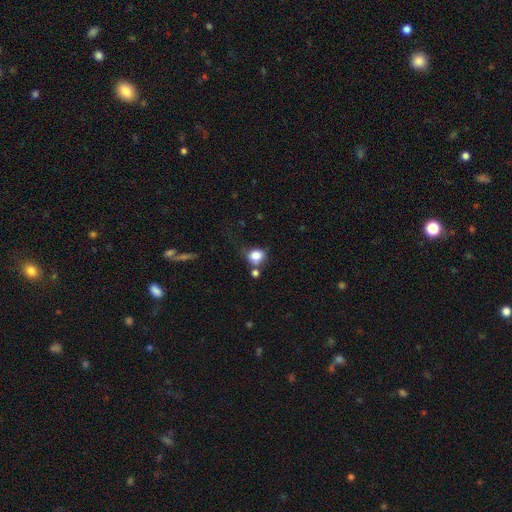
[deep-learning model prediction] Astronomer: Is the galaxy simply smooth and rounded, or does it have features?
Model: smooth — 81%.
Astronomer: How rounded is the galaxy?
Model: round — 69%.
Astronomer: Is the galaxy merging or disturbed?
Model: none — 52%.